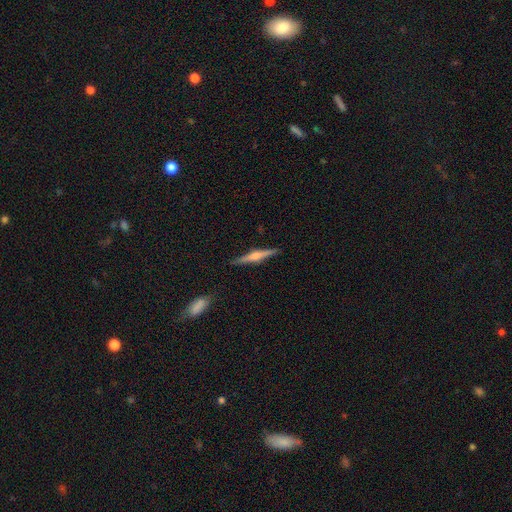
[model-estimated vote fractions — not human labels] Overall: featured or disk (72%). Edge-on disk: yes (98%). Edge-on bulge: rounded (82%). Merging: none (89%).